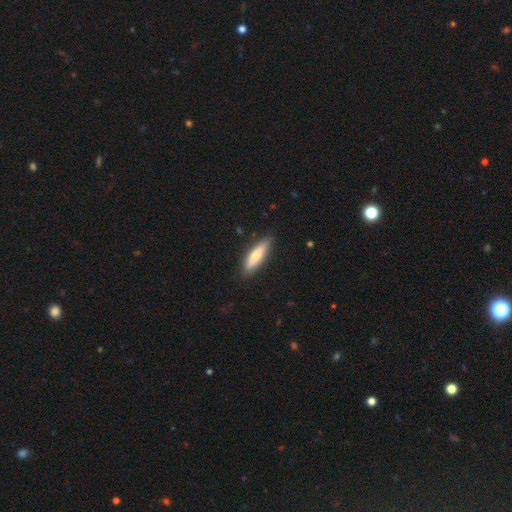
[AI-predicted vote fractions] Smooth or featured?
  - smooth: 62% *
  - featured or disk: 32%
  - star or artifact: 5%
How rounded?
  - cigar-shaped: 68% *
  - in between: 30%
  - round: 2%
Merging?
  - none: 88% *
  - minor disturbance: 9%
  - major disturbance: 2%
  - merger: 1%